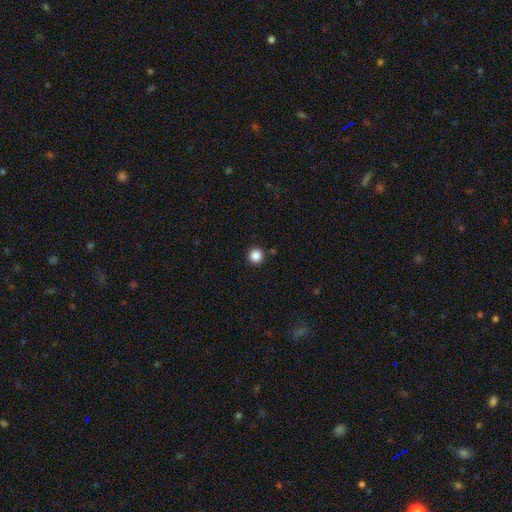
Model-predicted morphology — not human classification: This is clearly a smooth galaxy (85%). How rounded: clearly round (96%). Merging: clearly none (91%).